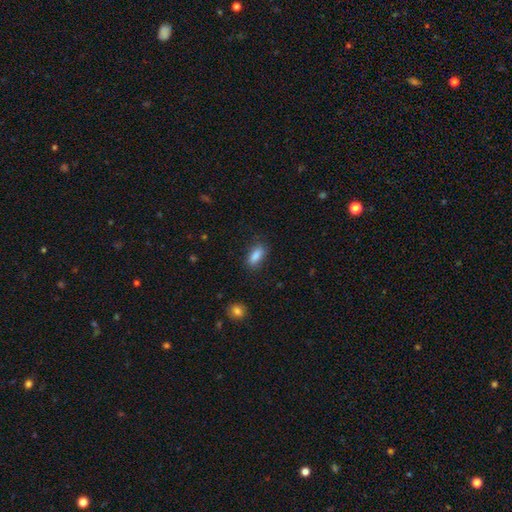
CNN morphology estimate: Smooth or featured?
  - smooth: 86% *
  - star or artifact: 8%
  - featured or disk: 6%
How rounded?
  - in between: 77% *
  - cigar-shaped: 20%
  - round: 3%
Merging?
  - none: 81% *
  - minor disturbance: 14%
  - major disturbance: 4%
  - merger: 2%